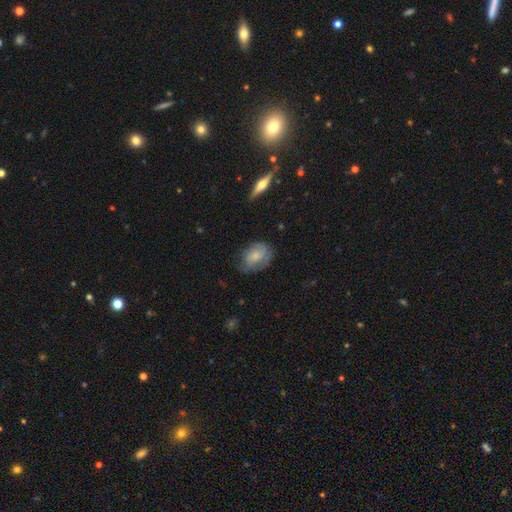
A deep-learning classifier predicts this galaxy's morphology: This appears to be a smooth galaxy with no disk features (57%) that is in between round and cigar-shaped (71%). Merging: none (58%).